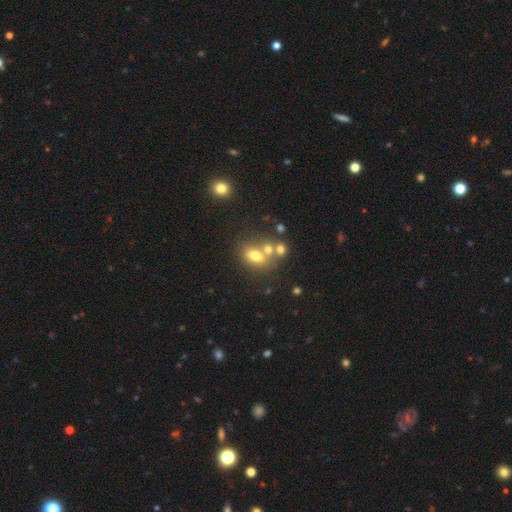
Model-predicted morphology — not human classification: A smooth galaxy with no disk features (70%) that is in between round and cigar-shaped (69%).

Vote fractions:
- Smooth or featured? smooth: 70% / featured or disk: 17% / star or artifact: 13%
- How rounded? in between: 69% / round: 29% / cigar-shaped: 2%
- Merging? none: 44% / merger: 40% / minor disturbance: 11% / major disturbance: 5%